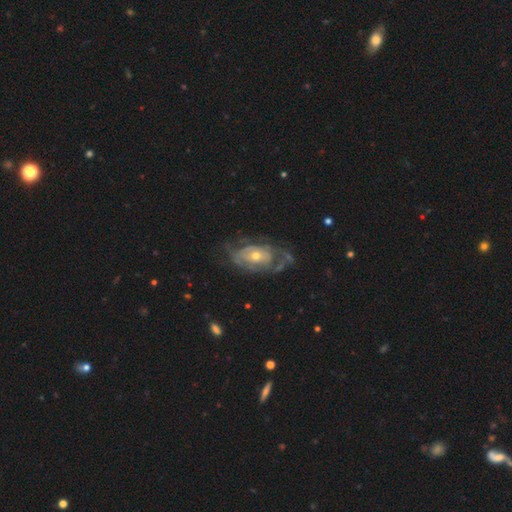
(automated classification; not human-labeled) Smooth or featured: featured or disk — 77% (smooth — 17%)
Edge-on disk: no — 94% (yes — 6%)
Bar: no — 79% (weak — 17%)
Spiral arms: yes — 68% (no — 32%)
Bulge size: moderate — 51% (small — 44%)
Merging: none — 46% (major disturbance — 27%)